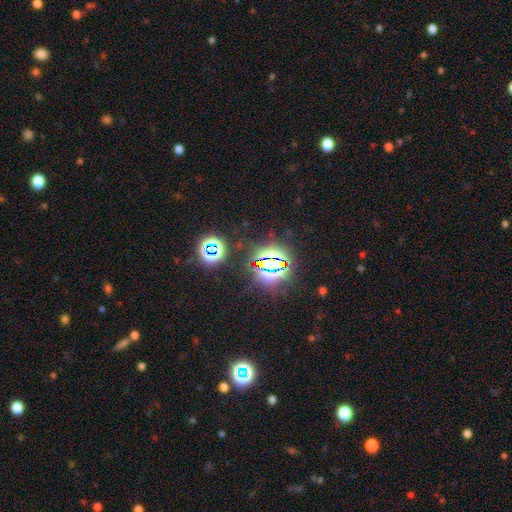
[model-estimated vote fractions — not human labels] Smooth or featured? Predicted: star or artifact (p=0.82).